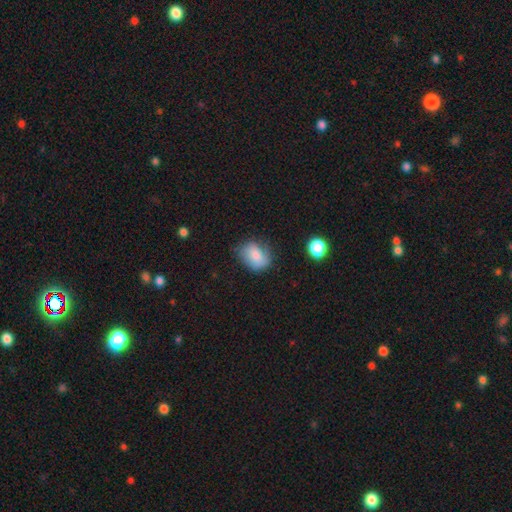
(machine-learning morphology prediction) smooth_or_featured: smooth (p=0.77) [alt: featured or disk p=0.14]
how_rounded: in between (p=0.65) [alt: round p=0.33]
merging: none (p=0.60) [alt: minor disturbance p=0.29]